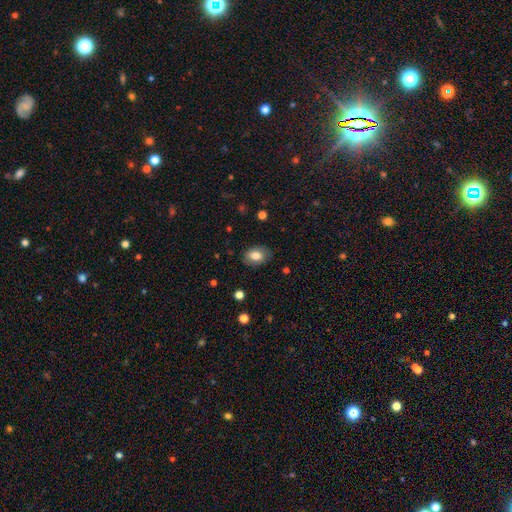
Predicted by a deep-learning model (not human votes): A smooth galaxy with no disk features (78%) that is in between round and cigar-shaped (82%). Merging: none (82%).